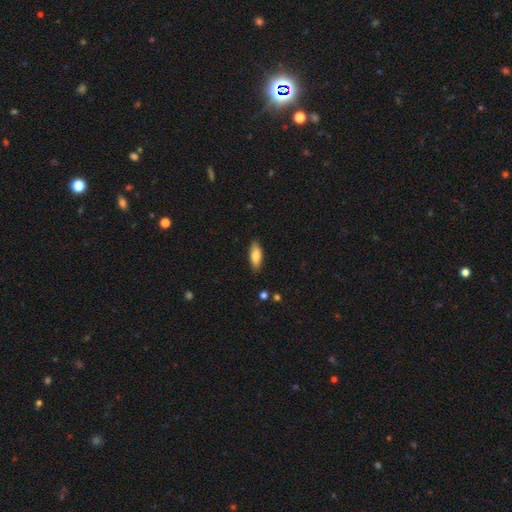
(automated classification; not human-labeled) Smooth or featured?
  - smooth: 81% *
  - featured or disk: 13%
  - star or artifact: 6%
How rounded?
  - in between: 71% *
  - cigar-shaped: 27%
  - round: 2%
Merging?
  - none: 86% *
  - minor disturbance: 11%
  - major disturbance: 2%
  - merger: 1%